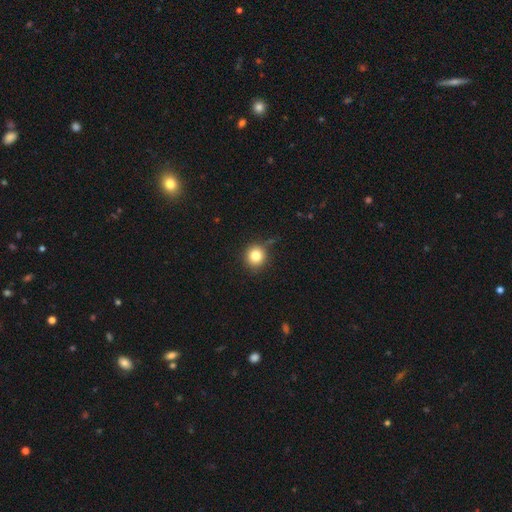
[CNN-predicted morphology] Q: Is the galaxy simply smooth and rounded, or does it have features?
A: smooth — 81%.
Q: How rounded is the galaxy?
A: round — 90%.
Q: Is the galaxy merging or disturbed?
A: none — 84%.